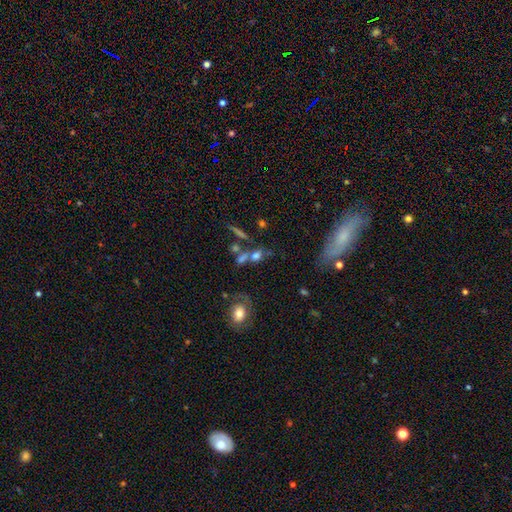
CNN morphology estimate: smooth 59%, featured or disk 25%, star or artifact 15%. Down the decision tree: how rounded — in between (55%); merging — none (42%).